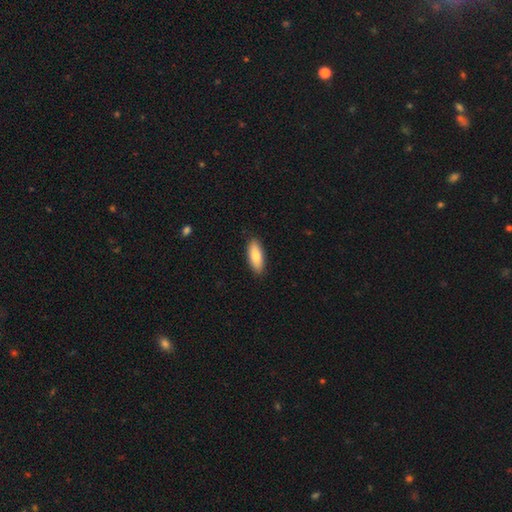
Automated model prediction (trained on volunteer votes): Overall: smooth (81%). How rounded: in between (75%). Merging: none (89%).